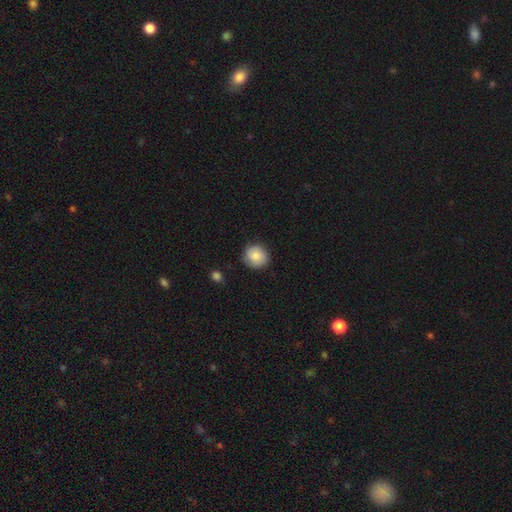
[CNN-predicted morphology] This is clearly a smooth galaxy (85%). How rounded: clearly round (85%). Merging: clearly none (82%).